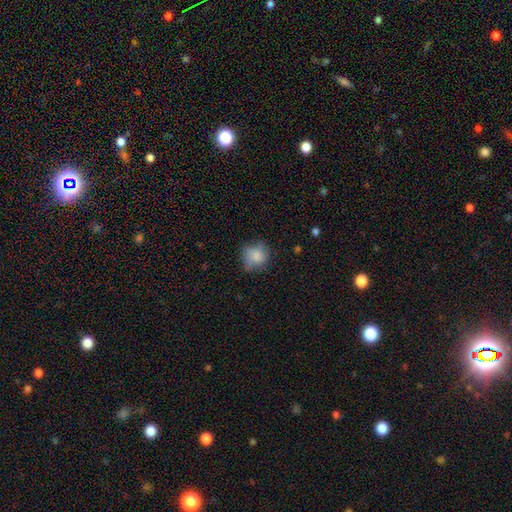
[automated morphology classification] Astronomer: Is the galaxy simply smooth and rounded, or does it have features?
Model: smooth — 78%.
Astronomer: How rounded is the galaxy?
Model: round — 77%.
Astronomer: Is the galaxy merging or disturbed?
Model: none — 56%.